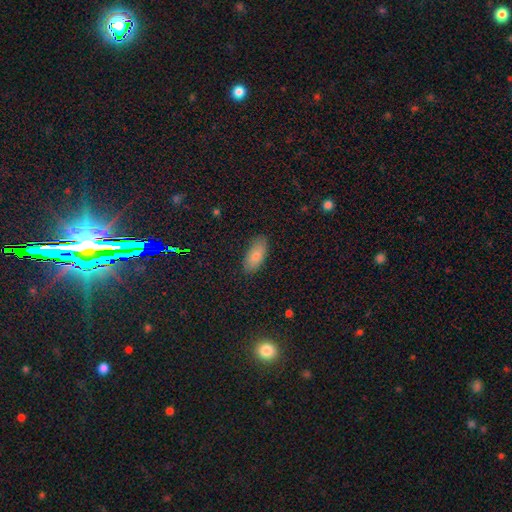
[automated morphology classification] Smooth or featured: smooth — 80% (featured or disk — 12%)
How rounded: in between — 88% (cigar-shaped — 9%)
Merging: none — 84% (minor disturbance — 13%)